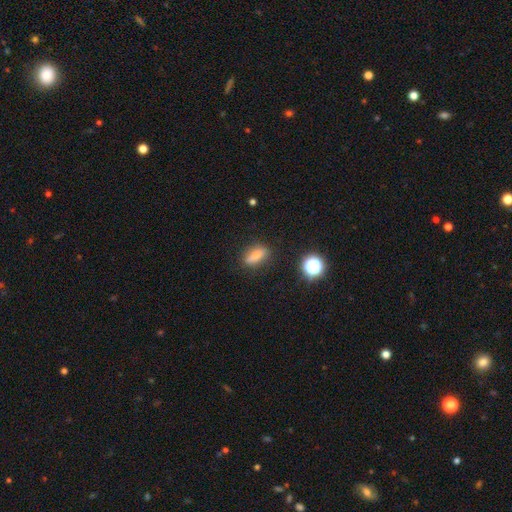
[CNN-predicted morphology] Smooth or featured? Predicted: smooth (p=0.72). How rounded? Predicted: in between (p=0.57). Merging? Predicted: none (p=0.83).